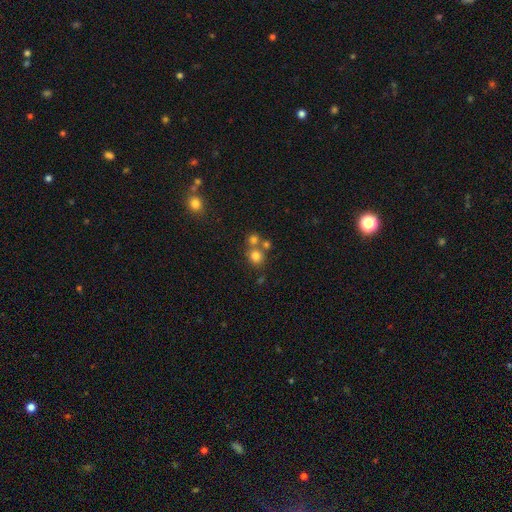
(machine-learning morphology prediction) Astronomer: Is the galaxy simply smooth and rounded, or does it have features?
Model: smooth — 75%.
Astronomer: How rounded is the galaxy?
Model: round — 86%.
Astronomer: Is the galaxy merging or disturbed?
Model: none — 56% (runner-up: merger, 34%).